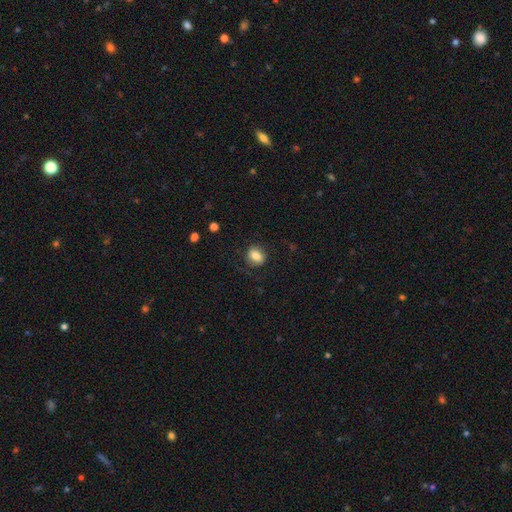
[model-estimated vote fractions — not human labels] Q: Smooth or featured?
A: smooth (81%); runner-up: featured or disk (10%)
Q: How rounded?
A: round (50%); runner-up: in between (49%)
Q: Merging?
A: none (80%); runner-up: minor disturbance (14%)